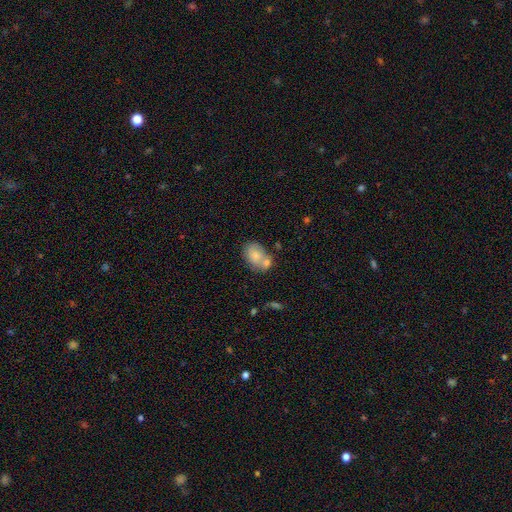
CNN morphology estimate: Overall: smooth (72%). How rounded: in between (81%). Merging: none (42%; merger 36%).